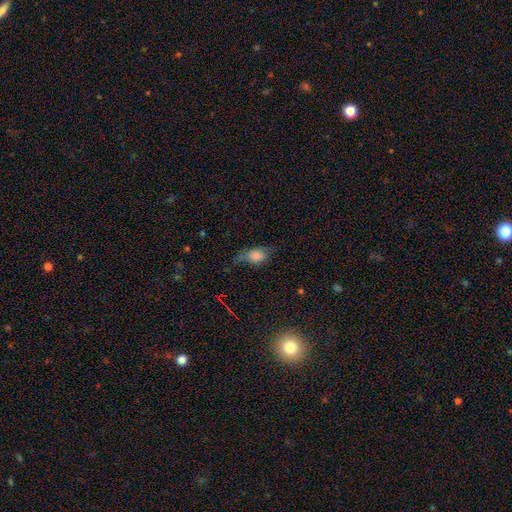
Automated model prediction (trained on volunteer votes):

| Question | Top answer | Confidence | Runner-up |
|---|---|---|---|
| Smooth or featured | smooth | 71% | featured or disk (18%) |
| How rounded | in between | 83% | round (10%) |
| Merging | none | 54% | minor disturbance (31%) |